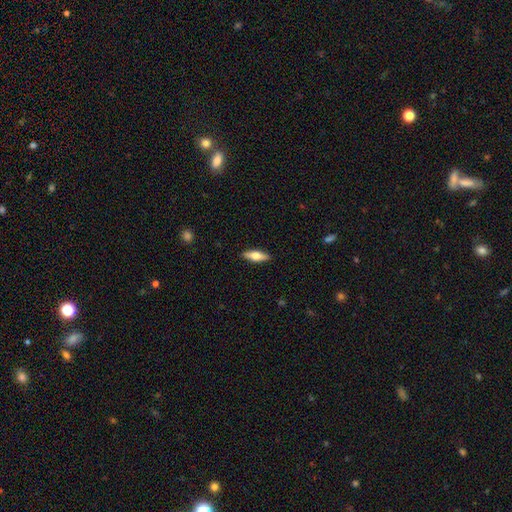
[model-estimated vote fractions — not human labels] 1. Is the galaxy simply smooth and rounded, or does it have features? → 54% smooth, 40% featured or disk, 6% star or artifact.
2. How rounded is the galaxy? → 49% in between, 48% cigar-shaped, 3% round.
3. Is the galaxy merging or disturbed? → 90% none, 7% minor disturbance, 2% major disturbance, 1% merger.